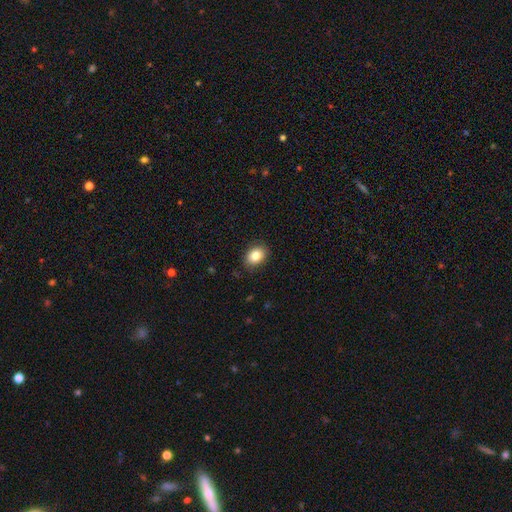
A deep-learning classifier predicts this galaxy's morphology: Smooth or featured? Predicted: smooth (p=0.82). How rounded? Predicted: in between (p=0.65). Merging? Predicted: none (p=0.87).